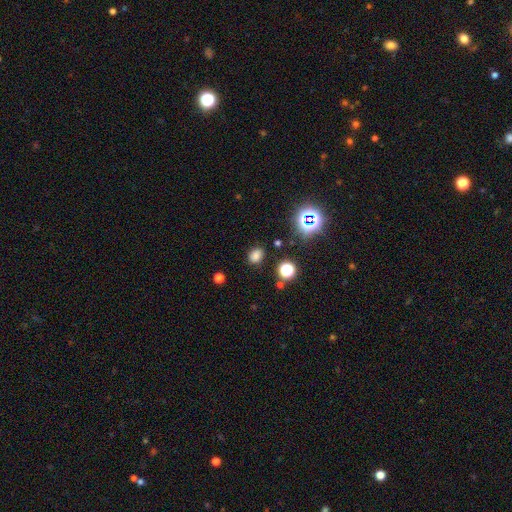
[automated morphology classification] This is likely a smooth galaxy (72%). How rounded: possibly in between (56%). Merging: clearly none (83%).